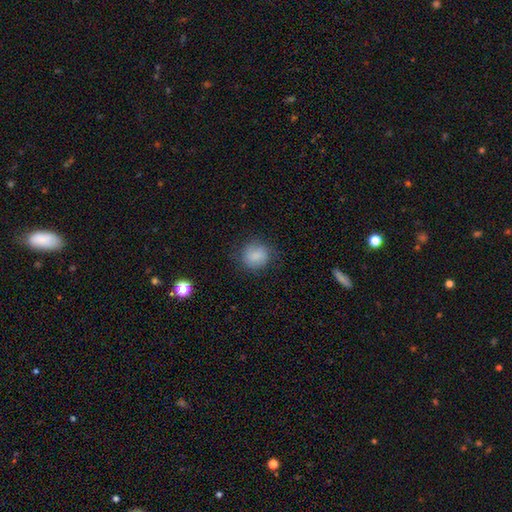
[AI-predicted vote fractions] smooth 80%, featured or disk 11%, star or artifact 9%. Down the decision tree: how rounded — round (80%); merging — none (76%).